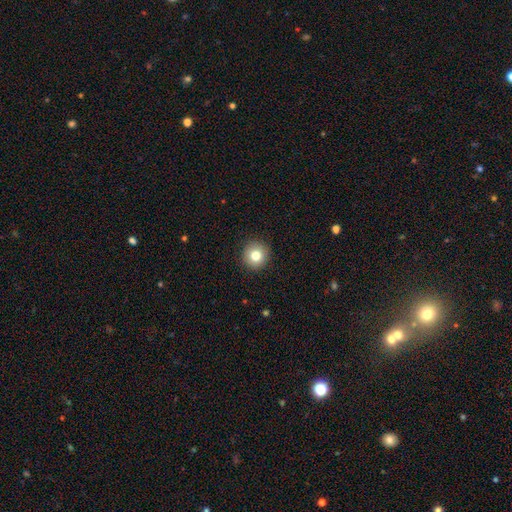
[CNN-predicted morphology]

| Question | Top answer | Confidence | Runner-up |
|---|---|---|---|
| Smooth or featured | smooth | 79% | star or artifact (11%) |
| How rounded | round | 95% | in between (4%) |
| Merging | none | 92% | minor disturbance (5%) |